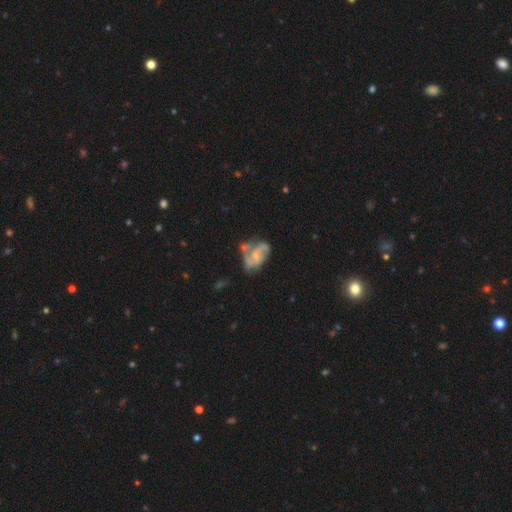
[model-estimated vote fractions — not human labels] Morphology: type=featured or disk (65%); edge-on=no (97%); bar=no (67%); spiral arms=yes (59%); bulge=small (39%); merging=none (29%).